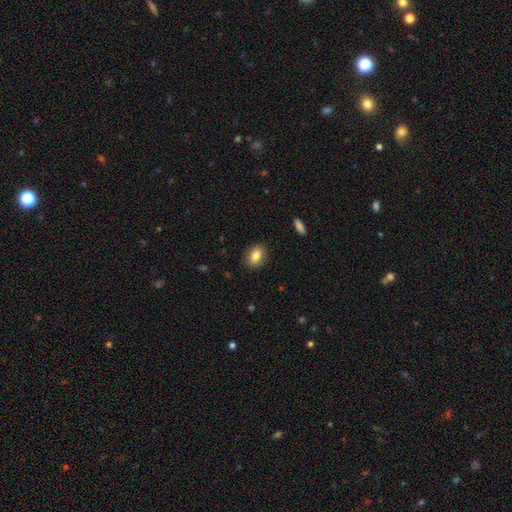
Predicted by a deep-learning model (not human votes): The model was most divided on "how rounded": in between: 74%, round: 24%, cigar-shaped: 2%. More confident: merging — none (87%); smooth or featured — smooth (84%).